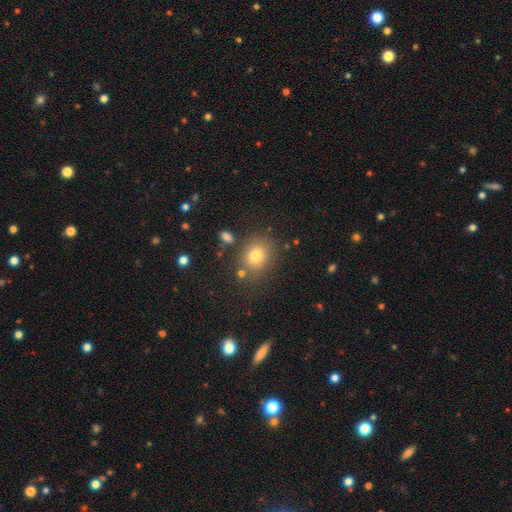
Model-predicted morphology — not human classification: Smooth or featured: smooth — 77% (star or artifact — 14%)
How rounded: round — 63% (in between — 36%)
Merging: none — 77% (minor disturbance — 12%)